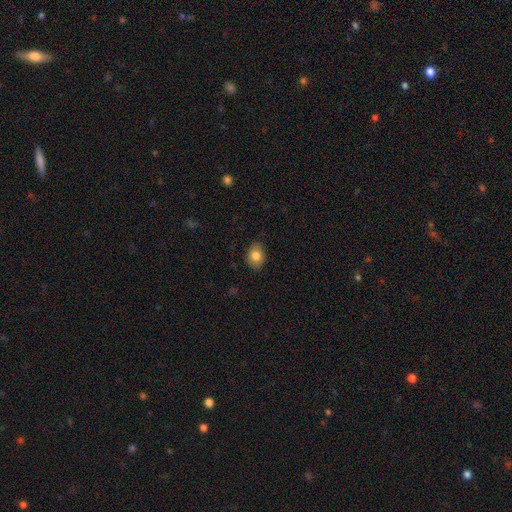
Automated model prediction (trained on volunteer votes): Smooth or featured? Predicted: smooth (p=0.82). How rounded? Predicted: in between (p=0.66). Merging? Predicted: none (p=0.83).